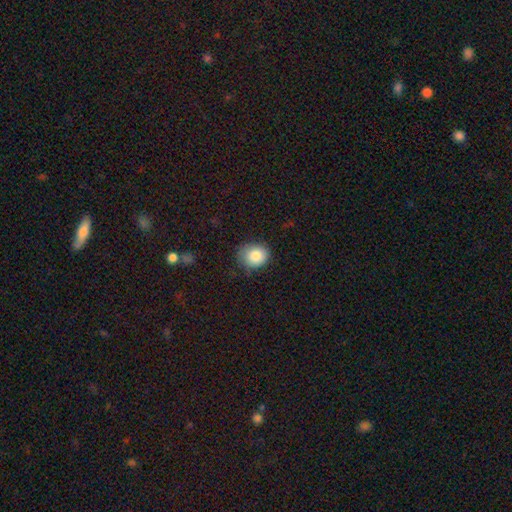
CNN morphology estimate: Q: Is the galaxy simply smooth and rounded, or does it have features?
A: smooth — 84%.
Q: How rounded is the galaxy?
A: round — 67%.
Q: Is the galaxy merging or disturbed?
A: none — 71%.